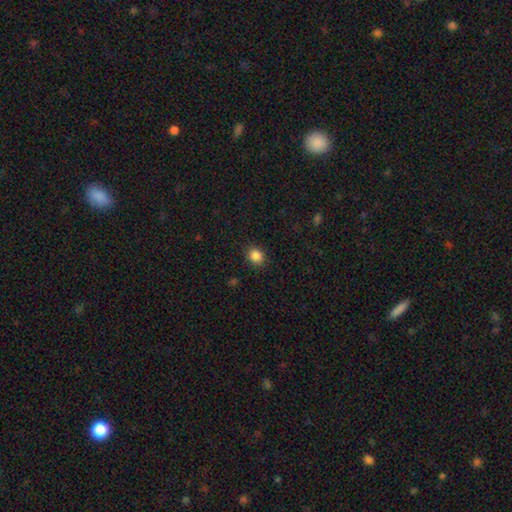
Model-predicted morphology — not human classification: smooth-or-featured: smooth: 87% | star or artifact: 10% | featured or disk: 3%
  how-rounded: round: 57% | in between: 42% | cigar-shaped: 1%
  merging: none: 88% | minor disturbance: 8% | major disturbance: 2% | merger: 1%